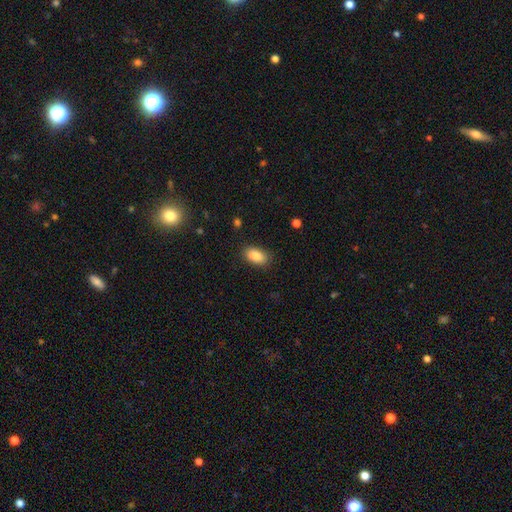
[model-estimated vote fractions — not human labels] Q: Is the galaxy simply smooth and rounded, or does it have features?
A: smooth — 88%.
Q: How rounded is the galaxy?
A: in between — 92%.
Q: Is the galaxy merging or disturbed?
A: none — 86%.